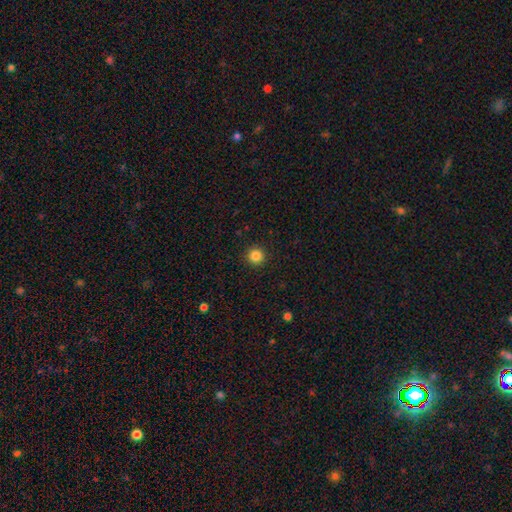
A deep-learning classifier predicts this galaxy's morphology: This appears to be a smooth galaxy with no disk features (85%) that is round (96%). Merging: none (93%).